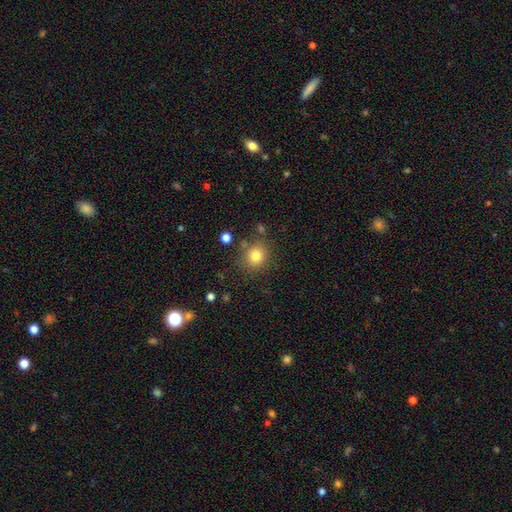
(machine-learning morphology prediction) Smooth or featured? smooth (80%)
How rounded? round (84%)
Merging? none (80%)